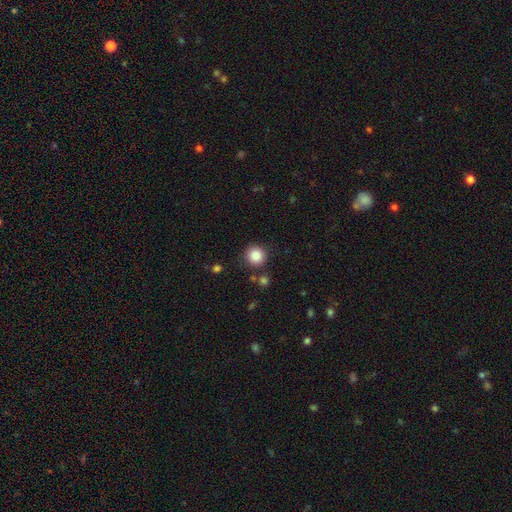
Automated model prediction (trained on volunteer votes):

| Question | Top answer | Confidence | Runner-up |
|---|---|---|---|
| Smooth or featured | smooth | 86% | star or artifact (10%) |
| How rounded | round | 93% | in between (6%) |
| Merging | none | 86% | minor disturbance (7%) |